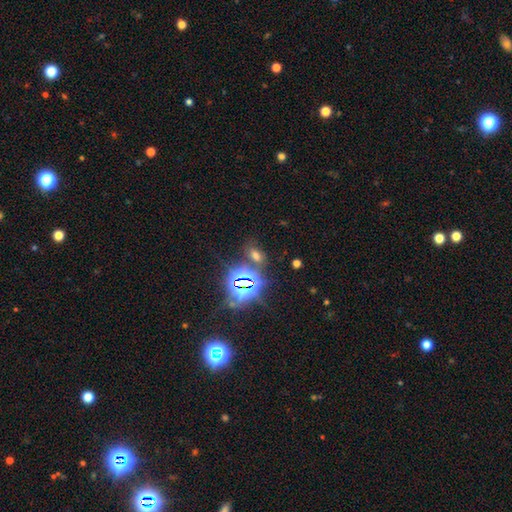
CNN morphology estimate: smooth-or-featured: star or artifact: 49% | smooth: 43% | featured or disk: 8%